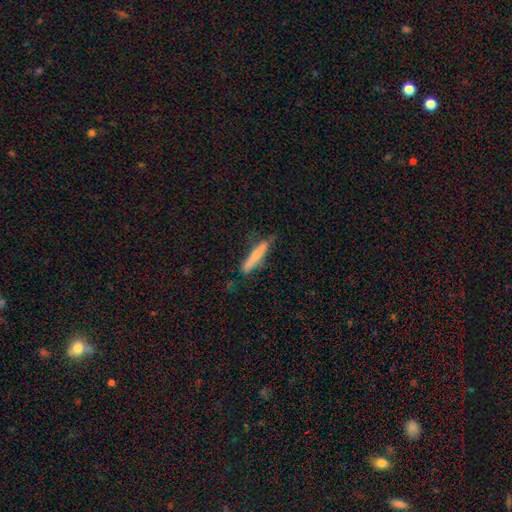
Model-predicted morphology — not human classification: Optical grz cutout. It shows a smooth galaxy with no disk features (65%) that is cigar-shaped (91%). Merging: none (70%).